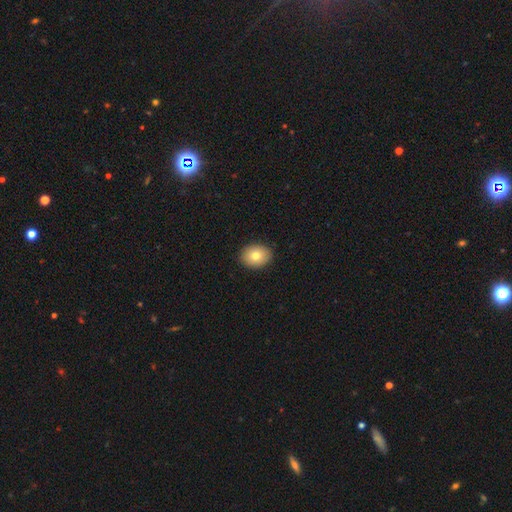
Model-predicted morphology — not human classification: smooth_or_featured: smooth (p=0.78) [alt: featured or disk p=0.13]
how_rounded: in between (p=0.56) [alt: round p=0.43]
merging: none (p=0.90) [alt: minor disturbance p=0.07]